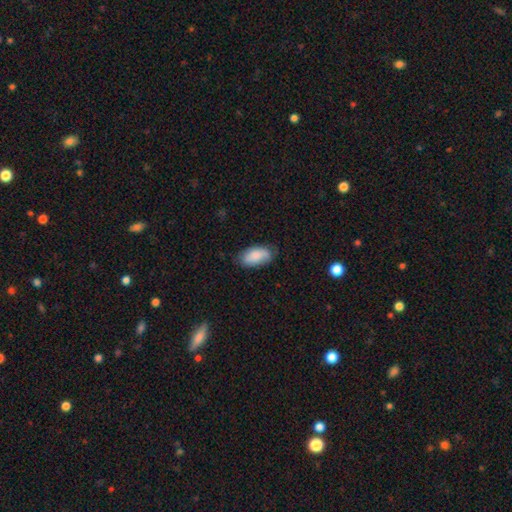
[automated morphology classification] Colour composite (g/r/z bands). It shows a smooth galaxy with no disk features (86%) that is in between round and cigar-shaped (93%). Merging: none (74%).